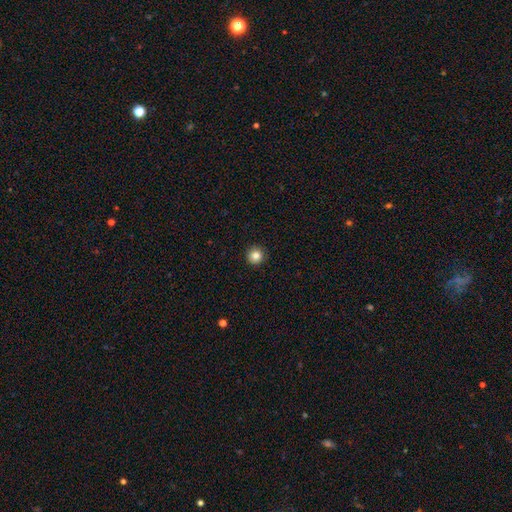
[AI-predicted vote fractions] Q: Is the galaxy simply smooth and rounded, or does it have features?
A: smooth — 85%.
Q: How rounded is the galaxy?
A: round — 95%.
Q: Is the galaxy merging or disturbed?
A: none — 93%.